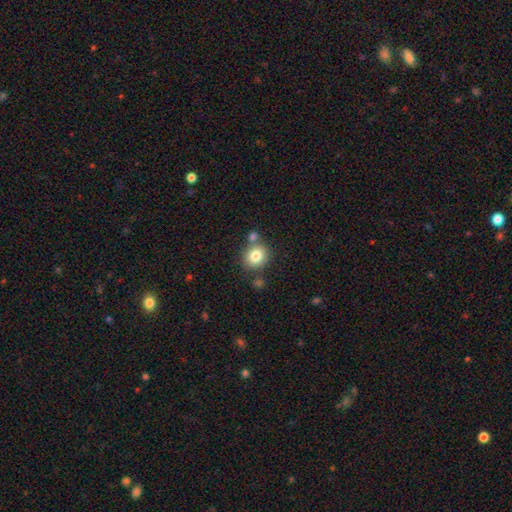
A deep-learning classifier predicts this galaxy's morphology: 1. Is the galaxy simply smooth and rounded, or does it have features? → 81% smooth, 10% star or artifact, 9% featured or disk.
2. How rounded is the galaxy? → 79% round, 20% in between, 1% cigar-shaped.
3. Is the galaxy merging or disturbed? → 67% none, 18% merger, 11% minor disturbance, 3% major disturbance.